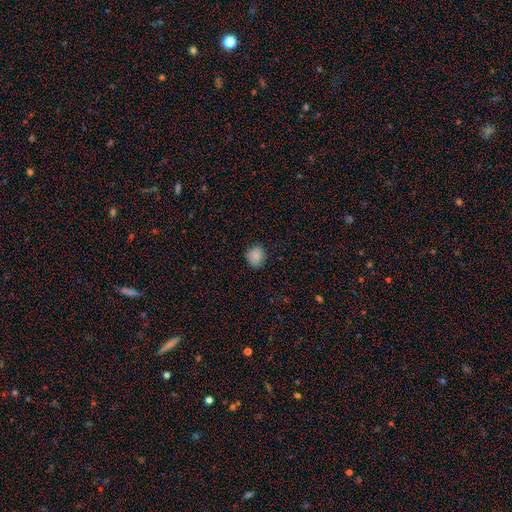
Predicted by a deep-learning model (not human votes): This is clearly a smooth galaxy (86%). How rounded: likely round (75%). Merging: clearly none (84%).